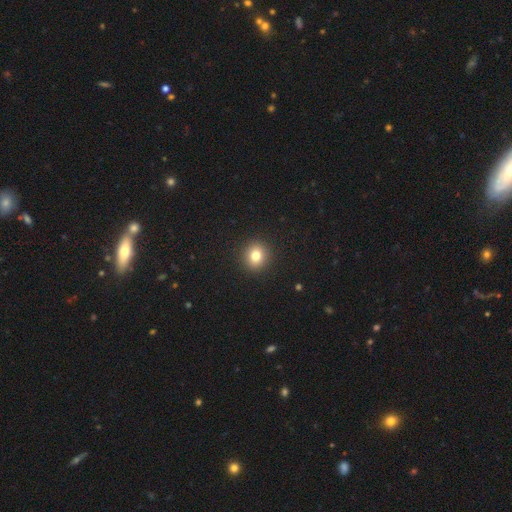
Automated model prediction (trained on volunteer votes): A smooth galaxy with no disk features (80%) that is round (86%).

Vote fractions:
- Smooth or featured? smooth: 80% / star or artifact: 12% / featured or disk: 8%
- How rounded? round: 86% / in between: 13% / cigar-shaped: 1%
- Merging? none: 92% / minor disturbance: 5% / major disturbance: 2% / merger: 1%